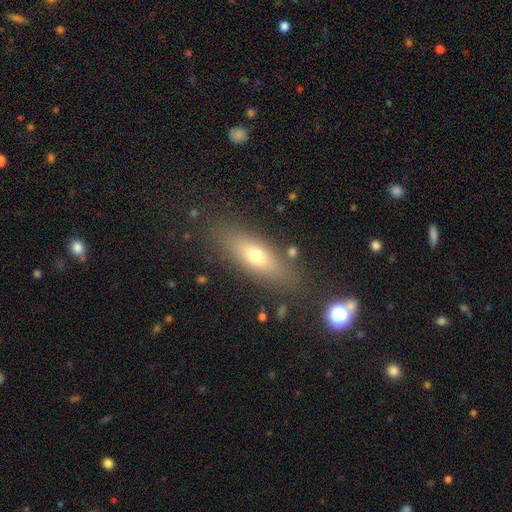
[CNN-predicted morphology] Smooth or featured?
  - smooth: 62% *
  - featured or disk: 28%
  - star or artifact: 10%
How rounded?
  - in between: 51% *
  - cigar-shaped: 45%
  - round: 4%
Merging?
  - none: 82% *
  - minor disturbance: 11%
  - major disturbance: 4%
  - merger: 3%